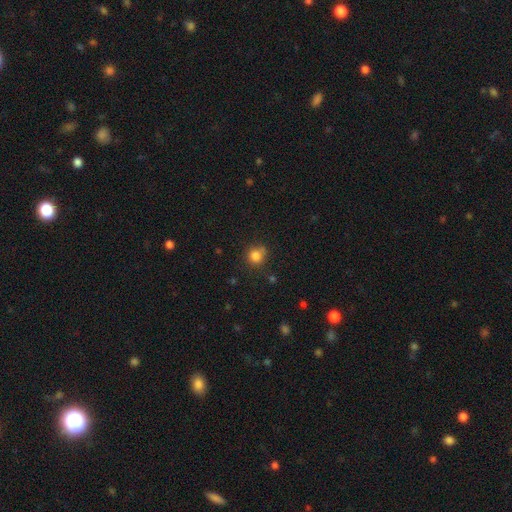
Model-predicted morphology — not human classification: Smooth or featured? smooth (83%)
How rounded? round (88%)
Merging? none (73%)